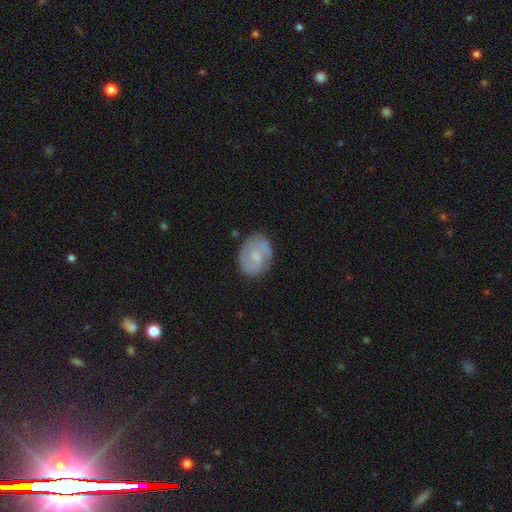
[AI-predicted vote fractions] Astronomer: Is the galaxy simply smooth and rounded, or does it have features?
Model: smooth — 49% (runner-up: featured or disk, 44%).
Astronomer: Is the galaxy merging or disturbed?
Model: none — 73%.